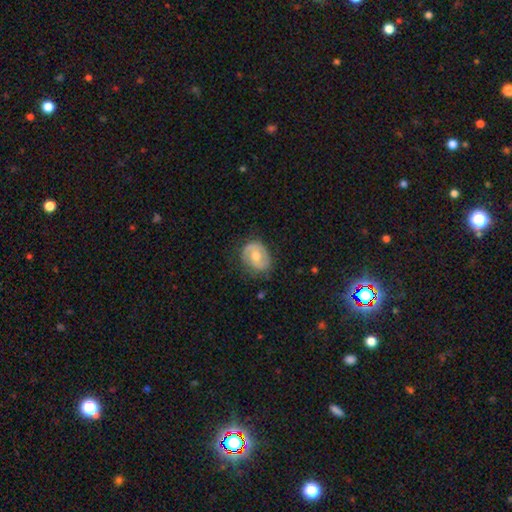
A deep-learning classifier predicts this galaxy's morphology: Q: Smooth or featured?
A: featured or disk (57%); runner-up: smooth (36%)
Q: Edge-on disk?
A: no (96%); runner-up: yes (4%)
Q: Bar?
A: no (52%); runner-up: weak (37%)
Q: Spiral arms?
A: yes (71%); runner-up: no (29%)
Q: Bulge size?
A: moderate (72%); runner-up: small (22%)
Q: Merging?
A: none (74%); runner-up: minor disturbance (19%)